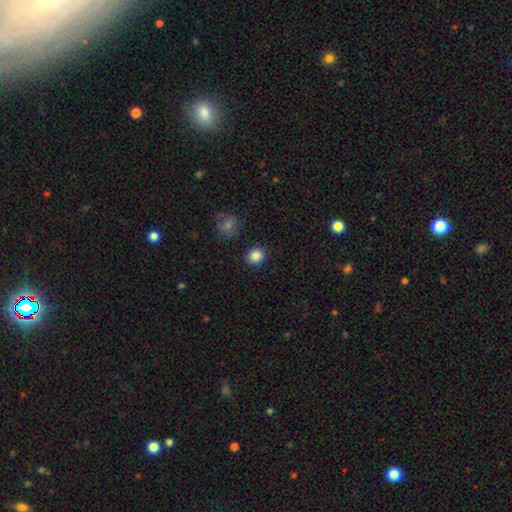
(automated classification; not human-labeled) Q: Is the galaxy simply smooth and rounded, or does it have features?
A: smooth — 86%.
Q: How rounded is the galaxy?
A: round — 81%.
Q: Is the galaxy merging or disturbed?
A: none — 88%.